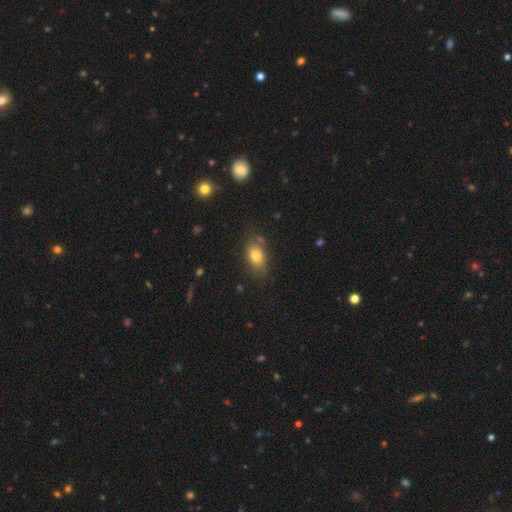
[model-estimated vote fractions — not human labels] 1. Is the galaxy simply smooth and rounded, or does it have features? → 79% smooth, 12% featured or disk, 9% star or artifact.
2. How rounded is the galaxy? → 84% in between, 12% round, 3% cigar-shaped.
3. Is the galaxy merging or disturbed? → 71% none, 19% minor disturbance, 5% merger, 5% major disturbance.